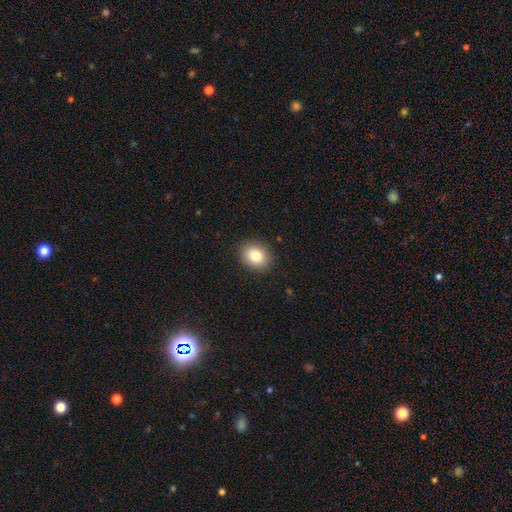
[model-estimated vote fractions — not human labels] Overall: smooth (84%). How rounded: in between (50%; round 49%). Merging: none (89%).